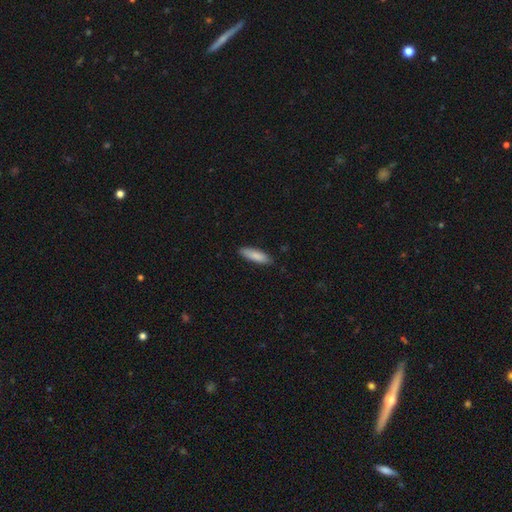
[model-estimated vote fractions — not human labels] smooth 87%, featured or disk 8%, star or artifact 5%. Down the decision tree: how rounded — cigar-shaped (57%); merging — none (86%).